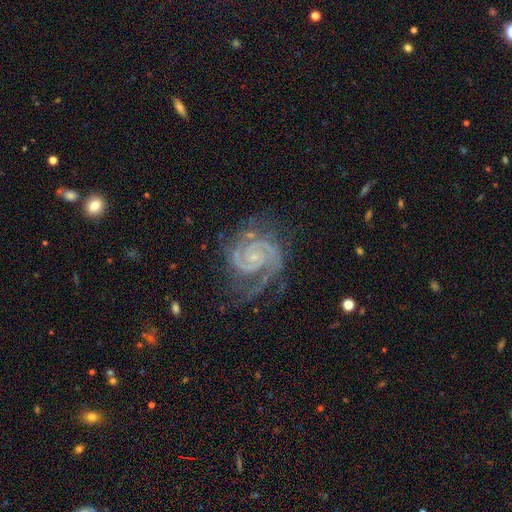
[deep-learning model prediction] Smooth or featured: featured or disk — 89% (star or artifact — 7%)
Edge-on disk: no — 98% (yes — 2%)
Bar: no — 57% (weak — 33%)
Spiral arms: yes — 98% (no — 2%)
Spiral winding: tight — 54% (medium — 40%)
Spiral arm count: 2 — 70% (3 — 13%)
Bulge size: small — 71% (moderate — 16%)
Merging: none — 73% (minor disturbance — 17%)